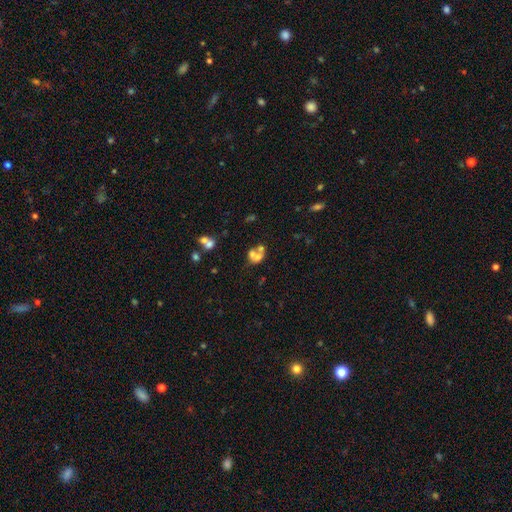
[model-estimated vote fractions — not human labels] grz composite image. It shows a smooth galaxy with no disk features (52%) that is round (55%). Merging: merger (59%).